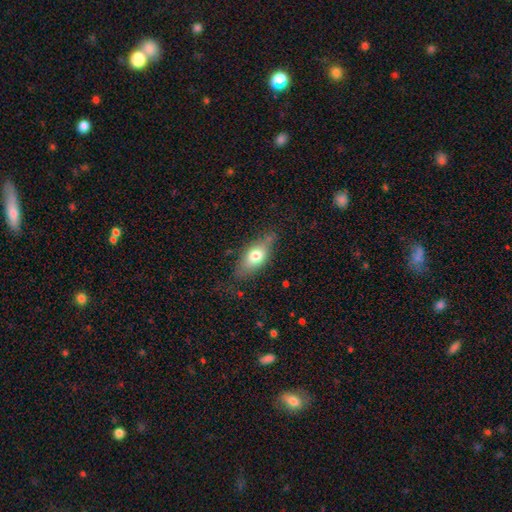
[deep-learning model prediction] Overall: smooth (68%). How rounded: in between (81%). Merging: none (70%).